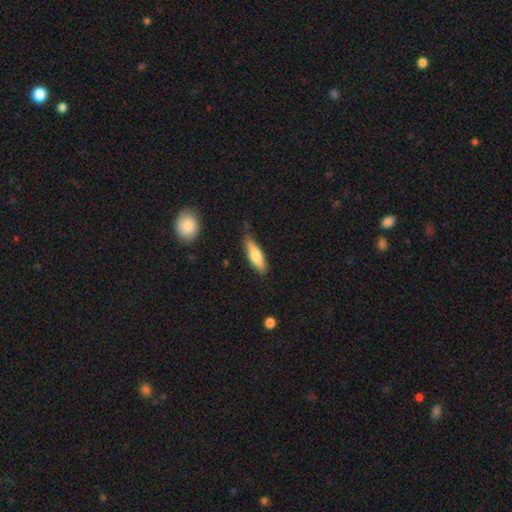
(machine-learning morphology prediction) smooth 72%, featured or disk 23%, star or artifact 6%. Down the decision tree: how rounded — cigar-shaped (60%); merging — none (79%).